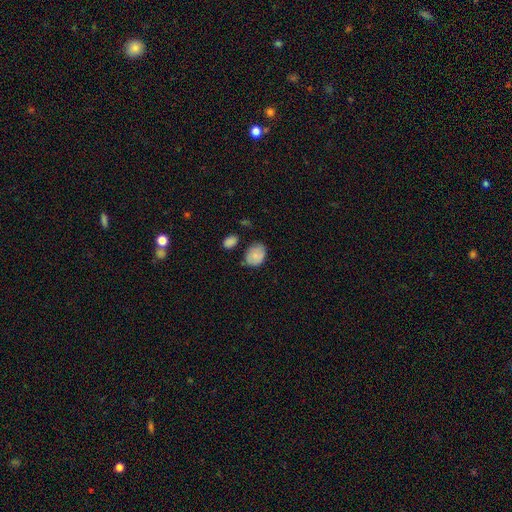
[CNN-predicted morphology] The model was most divided on "merging": none: 62%, minor disturbance: 27%, merger: 6%, major disturbance: 6%. More confident: smooth or featured — smooth (81%); how rounded — in between (72%).